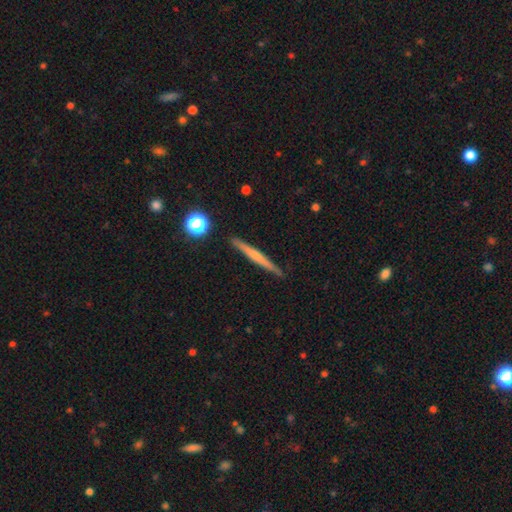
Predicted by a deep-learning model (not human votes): A featured or disk galaxy (49%). Merging: none (91%).